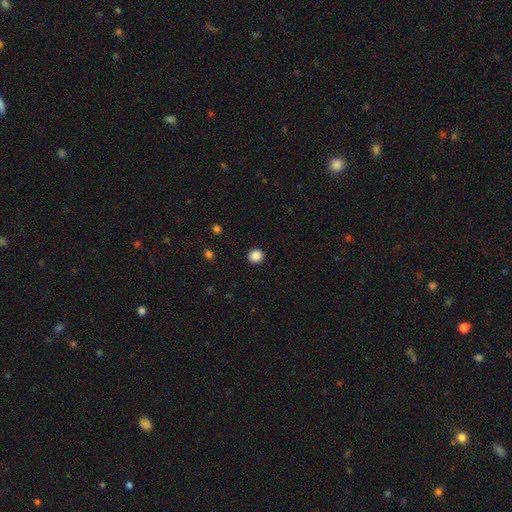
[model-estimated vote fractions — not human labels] This is clearly a smooth galaxy (87%). How rounded: clearly round (90%). Merging: clearly none (92%).